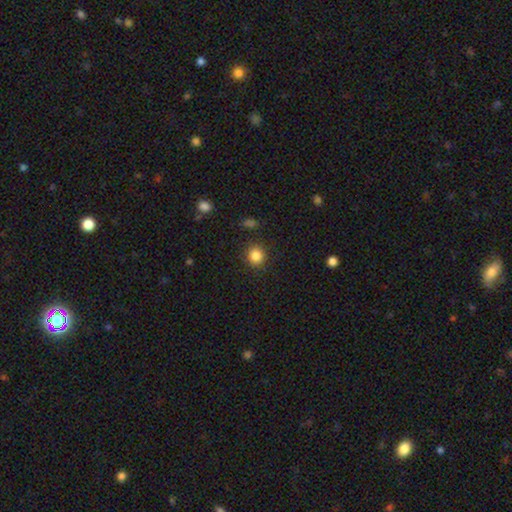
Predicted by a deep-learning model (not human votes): Morphology: type=smooth (85%); roundness=round (90%); merging=none (88%).